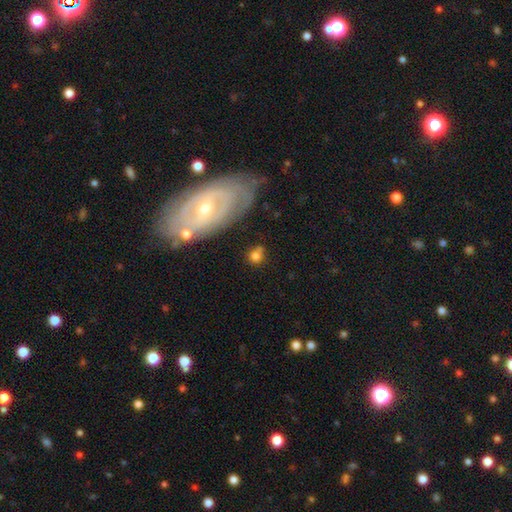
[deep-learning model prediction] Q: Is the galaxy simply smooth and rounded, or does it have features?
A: smooth — 70%.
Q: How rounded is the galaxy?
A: round — 79%.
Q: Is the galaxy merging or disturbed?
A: none — 64%.